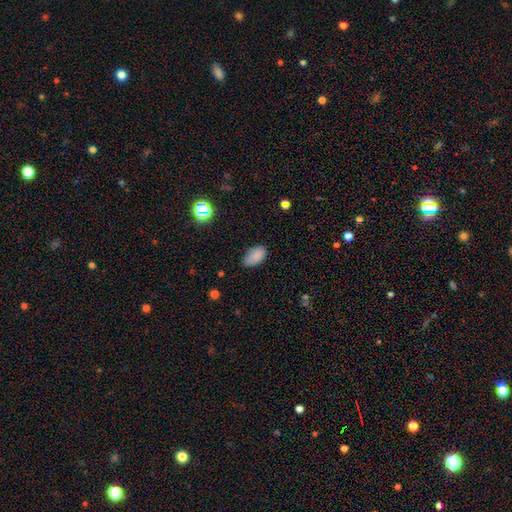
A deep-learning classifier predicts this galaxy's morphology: type=smooth (85%); roundness=in between (94%); merging=none (75%).